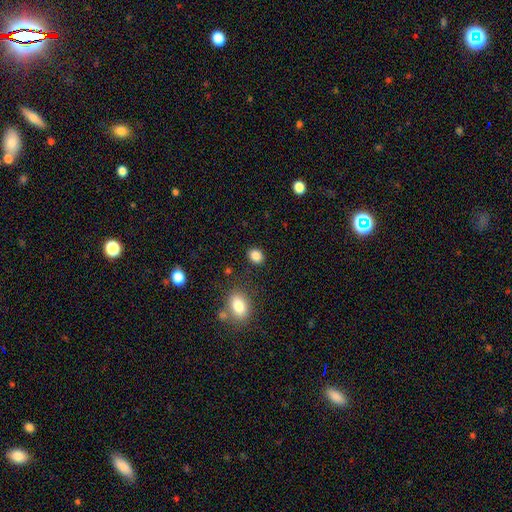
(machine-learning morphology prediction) This is clearly a smooth galaxy (86%). How rounded: possibly in between (54%). Merging: clearly none (86%).